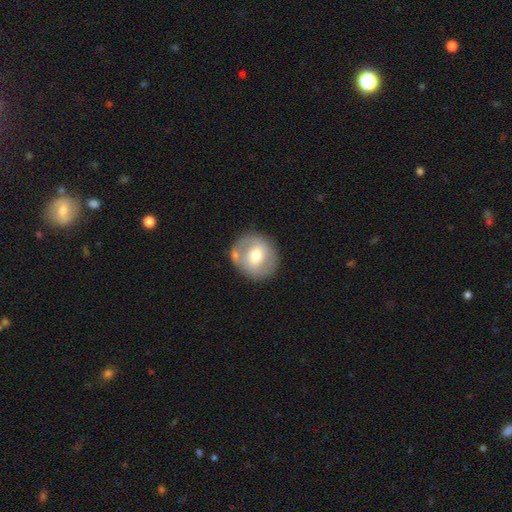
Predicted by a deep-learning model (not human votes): Smooth or featured? smooth (52%)
How rounded? round (86%)
Merging? none (75%)